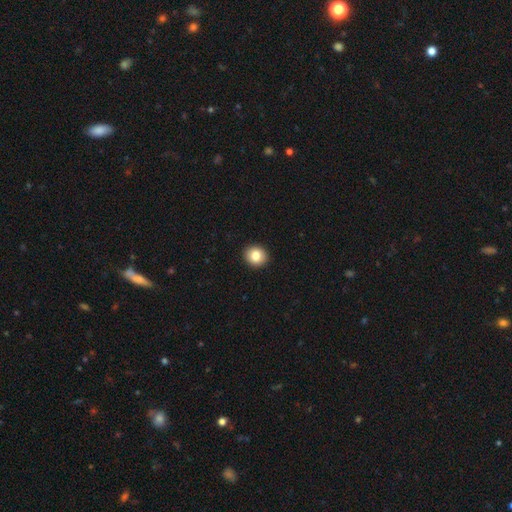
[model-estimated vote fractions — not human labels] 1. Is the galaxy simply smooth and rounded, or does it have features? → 83% smooth, 9% star or artifact, 8% featured or disk.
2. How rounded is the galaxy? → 82% round, 17% in between, 1% cigar-shaped.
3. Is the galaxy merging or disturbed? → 93% none, 5% minor disturbance, 1% major disturbance, 1% merger.